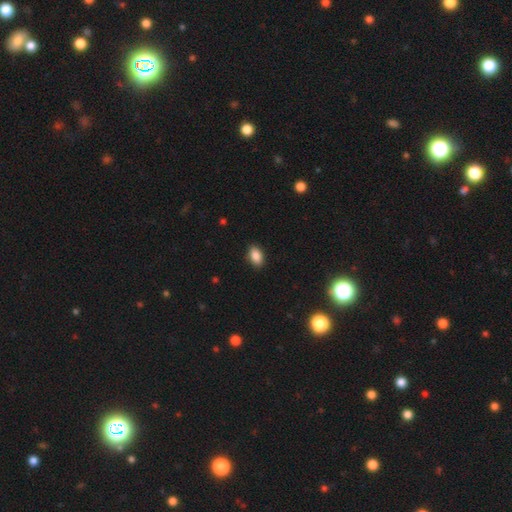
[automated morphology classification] Smooth or featured? Predicted: smooth (p=0.88). How rounded? Predicted: in between (p=0.89). Merging? Predicted: none (p=0.88).